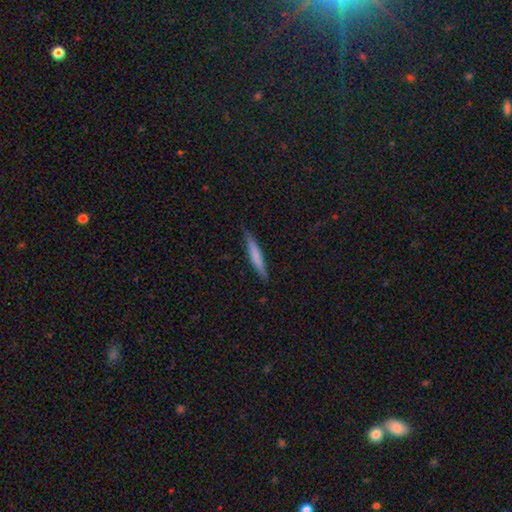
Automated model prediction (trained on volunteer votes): This appears to be a smooth galaxy with no disk features (68%) that is cigar-shaped (94%). Merging: none (86%).